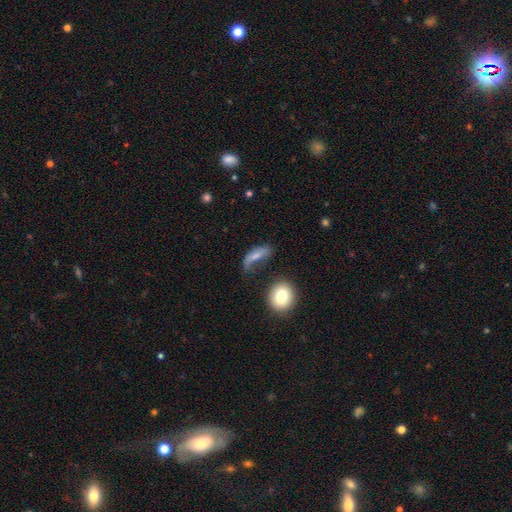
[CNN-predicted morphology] Q: Smooth or featured?
A: smooth (55%); runner-up: featured or disk (35%)
Q: How rounded?
A: in between (63%); runner-up: cigar-shaped (27%)
Q: Merging?
A: none (34%); runner-up: major disturbance (33%)